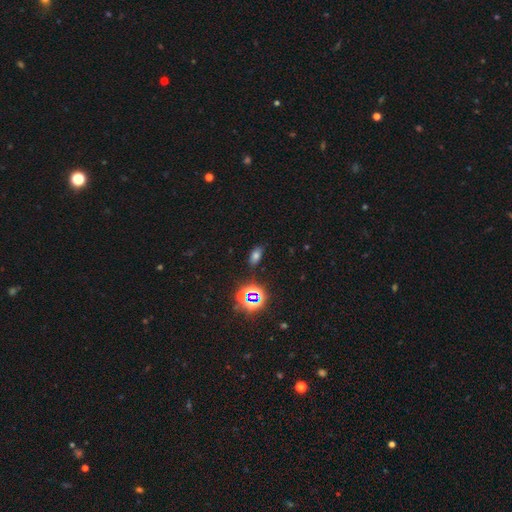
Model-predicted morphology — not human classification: smooth_or_featured: smooth (p=0.64) [alt: star or artifact p=0.28]
how_rounded: in between (p=0.86) [alt: round p=0.10]
merging: none (p=0.82) [alt: minor disturbance p=0.12]